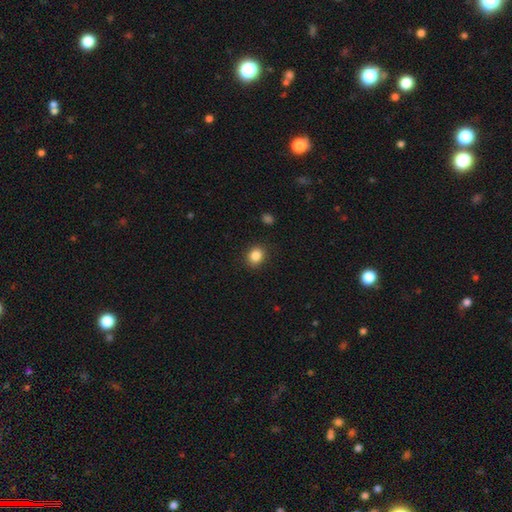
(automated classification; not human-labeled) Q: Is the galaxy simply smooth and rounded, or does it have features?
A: smooth — 86%.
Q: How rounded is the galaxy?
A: round — 64%.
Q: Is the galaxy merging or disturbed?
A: none — 89%.